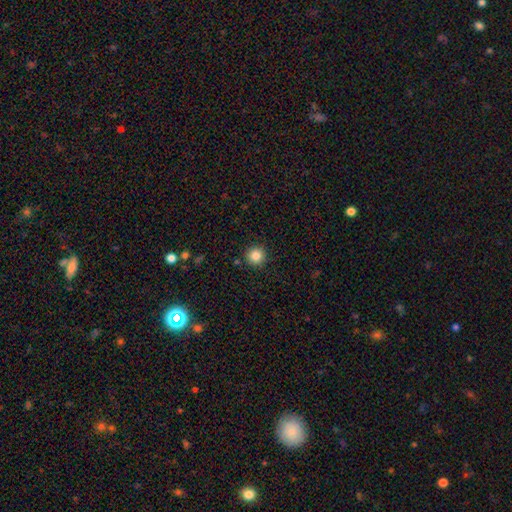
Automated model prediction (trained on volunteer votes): A smooth galaxy with no disk features (85%) that is round (94%). Merging: none (90%).